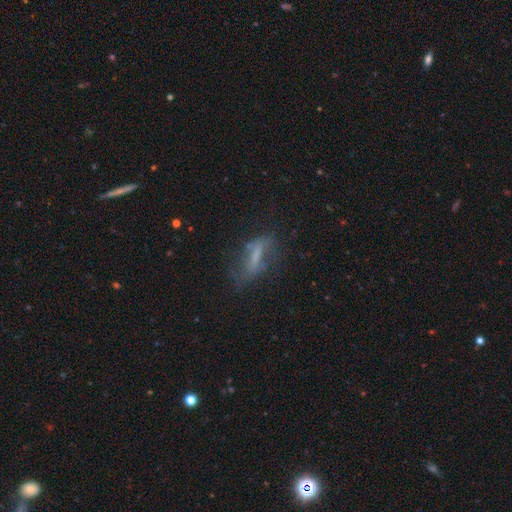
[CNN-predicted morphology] Smooth or featured? featured or disk (46%)
Merging? none (53%)